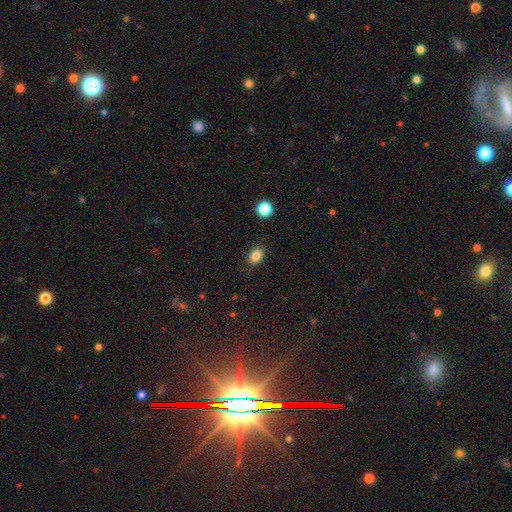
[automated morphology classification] smooth_or_featured: smooth (p=0.85) [alt: star or artifact p=0.10]
how_rounded: in between (p=0.70) [alt: round p=0.29]
merging: none (p=0.82) [alt: minor disturbance p=0.12]